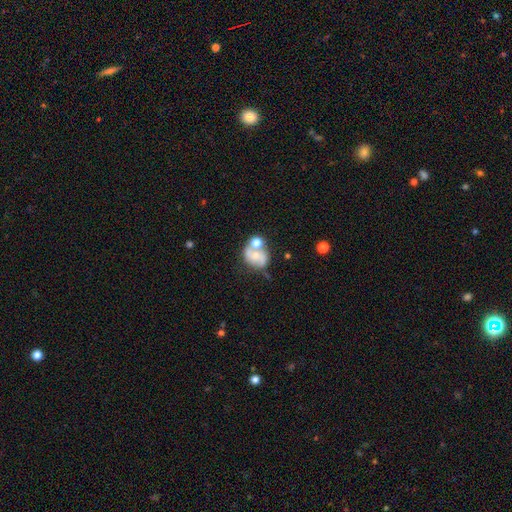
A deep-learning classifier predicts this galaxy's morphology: Q: Smooth or featured?
A: featured or disk (48%); runner-up: smooth (42%)
Q: Merging?
A: merger (41%); runner-up: none (33%)